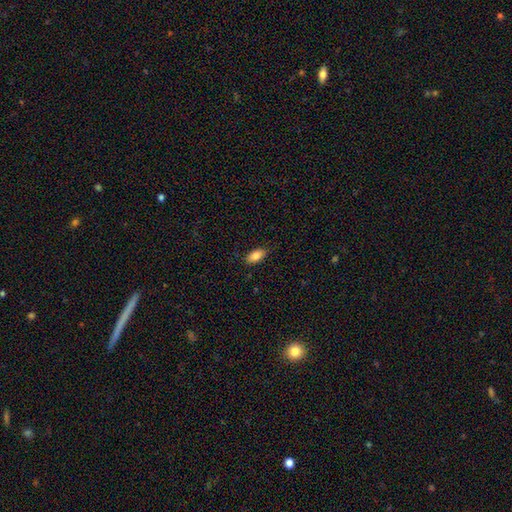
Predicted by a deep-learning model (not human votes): smooth_or_featured: smooth (p=0.85) [alt: featured or disk p=0.08]
how_rounded: in between (p=0.91) [alt: cigar-shaped p=0.05]
merging: none (p=0.86) [alt: minor disturbance p=0.11]